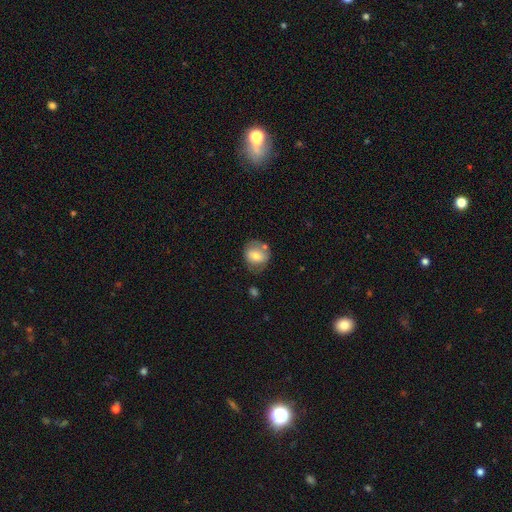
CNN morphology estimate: This is likely a smooth galaxy (62%). How rounded: likely round (69%). Merging: possibly none (59%).